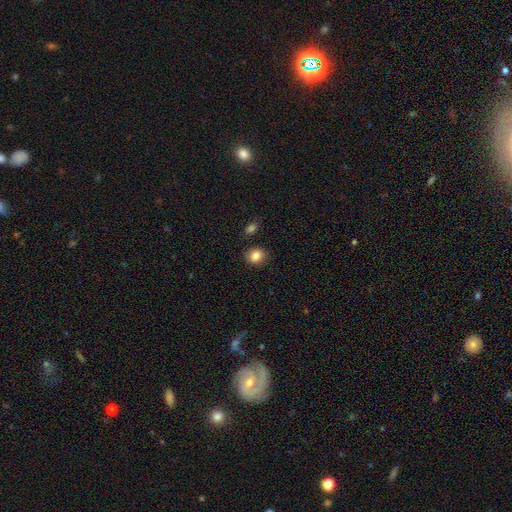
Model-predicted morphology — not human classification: Smooth or featured? smooth (86%)
How rounded? round (69%)
Merging? none (83%)